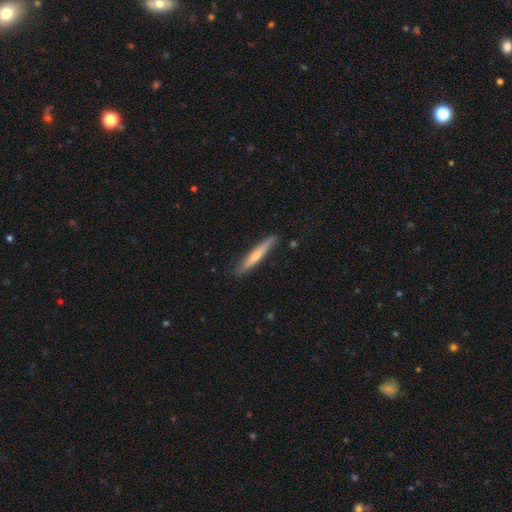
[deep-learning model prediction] This appears to be a smooth galaxy with no disk features (47%, tied with featured or disk). Merging: none (84%).